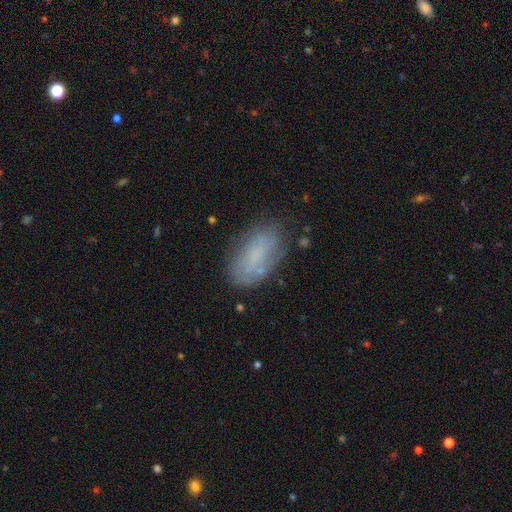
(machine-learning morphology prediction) Smooth or featured: smooth — 60% (featured or disk — 30%)
How rounded: in between — 92% (cigar-shaped — 5%)
Merging: none — 70% (minor disturbance — 21%)